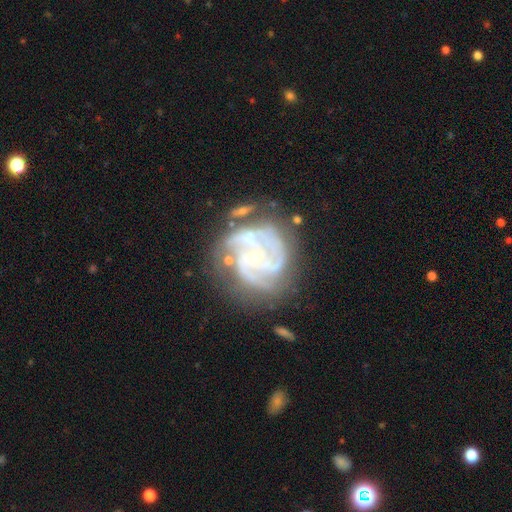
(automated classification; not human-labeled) Overall: featured or disk (88%). Edge-on disk: no (98%). Bar: no (68%). Spiral arms: yes (96%). Spiral arm count: 3 (43%; 4 20%). Spiral winding: tight (59%; medium 35%). Bulge size: small (78%). Merging: none (58%; minor disturbance 21%).